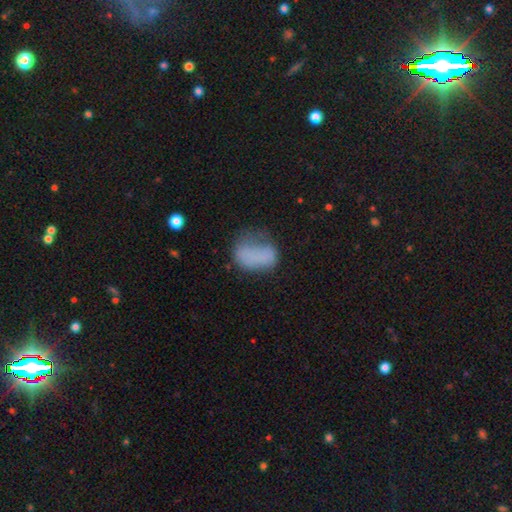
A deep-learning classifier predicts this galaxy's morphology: The model was most divided on "merging": major disturbance: 34%, none: 33%, minor disturbance: 28%, merger: 4%. More confident: how rounded — in between (77%); smooth or featured — smooth (72%).